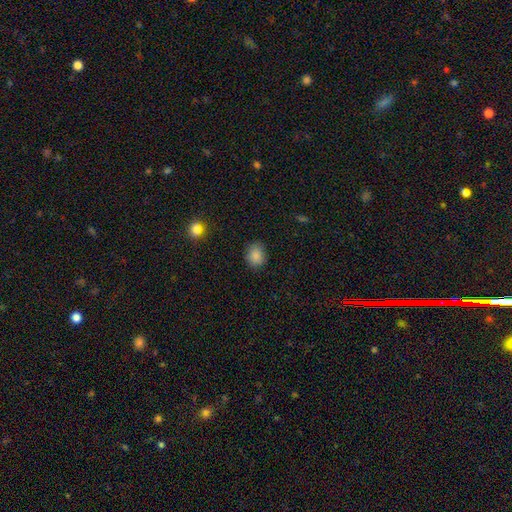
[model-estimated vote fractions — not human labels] smooth_or_featured: smooth (p=0.86) [alt: star or artifact p=0.10]
how_rounded: round (p=0.66) [alt: in between p=0.33]
merging: none (p=0.85) [alt: minor disturbance p=0.11]